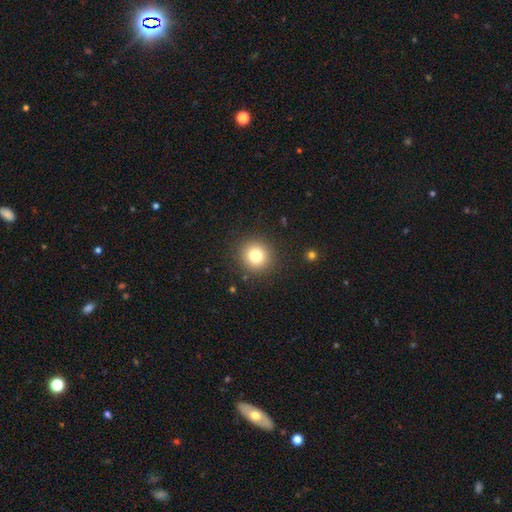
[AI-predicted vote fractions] Q: Smooth or featured?
A: smooth (80%); runner-up: star or artifact (12%)
Q: How rounded?
A: round (93%); runner-up: in between (6%)
Q: Merging?
A: none (90%); runner-up: minor disturbance (6%)